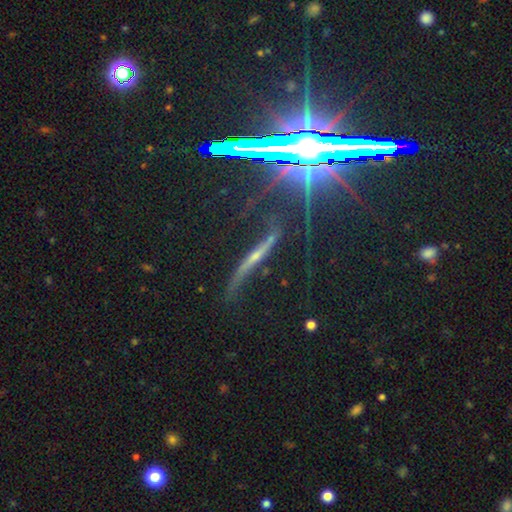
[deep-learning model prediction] Smooth or featured? featured or disk (60%)
Edge-on disk? yes (74%)
Merging? none (64%)